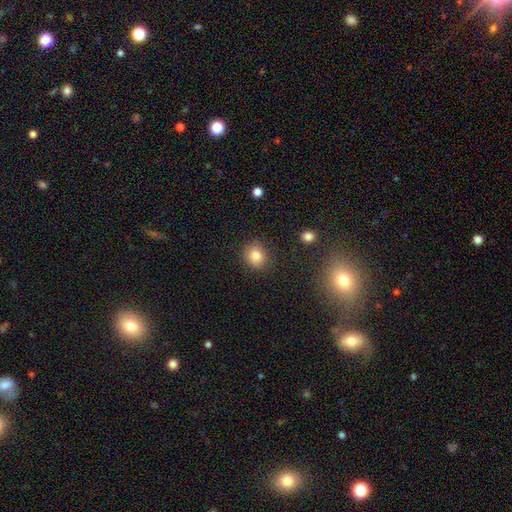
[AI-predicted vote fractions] smooth_or_featured: smooth (p=0.82) [alt: star or artifact p=0.11]
how_rounded: round (p=0.75) [alt: in between p=0.24]
merging: none (p=0.85) [alt: minor disturbance p=0.11]